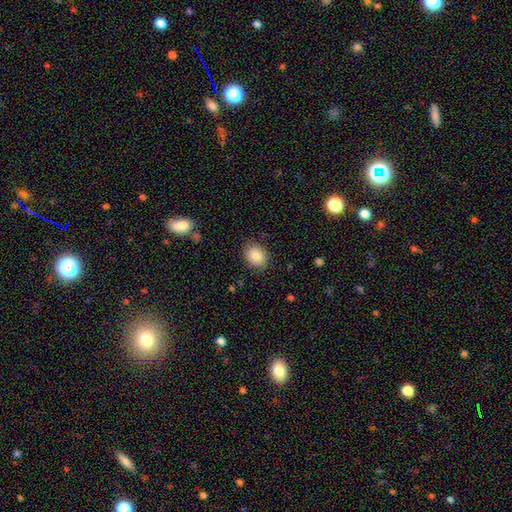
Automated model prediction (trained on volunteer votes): Smooth or featured: smooth — 86% (star or artifact — 8%)
How rounded: round — 52% (in between — 48%)
Merging: none — 85% (minor disturbance — 11%)